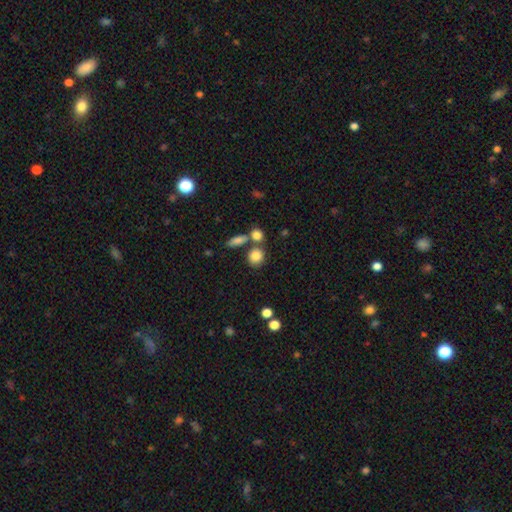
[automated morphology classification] type=smooth (83%); roundness=round (71%); merging=none (59%).